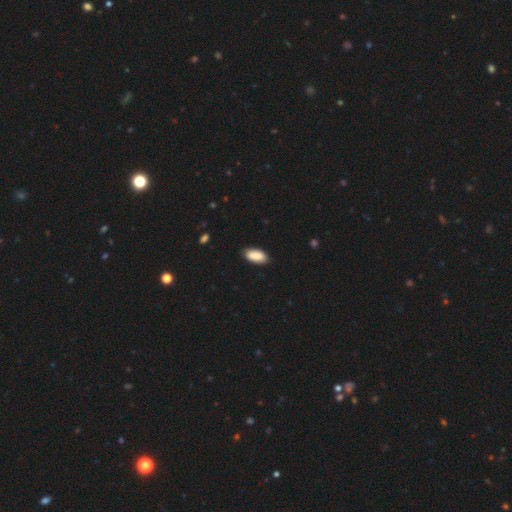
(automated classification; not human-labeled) Smooth or featured?
  - smooth: 90% *
  - star or artifact: 6%
  - featured or disk: 4%
How rounded?
  - in between: 92% *
  - cigar-shaped: 6%
  - round: 2%
Merging?
  - none: 86% *
  - minor disturbance: 11%
  - major disturbance: 2%
  - merger: 1%